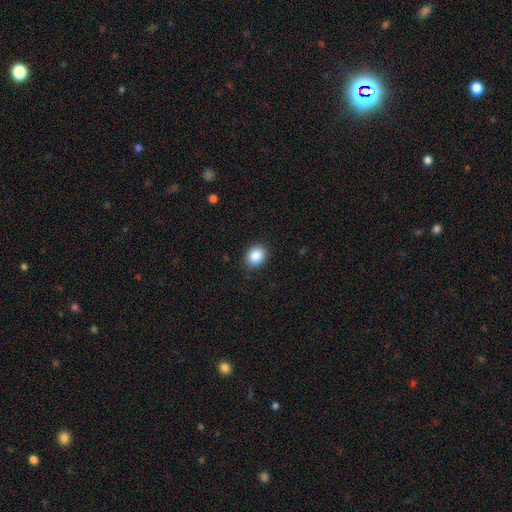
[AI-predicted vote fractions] Smooth or featured? Predicted: smooth (p=0.88). How rounded? Predicted: round (p=0.52). Merging? Predicted: none (p=0.89).